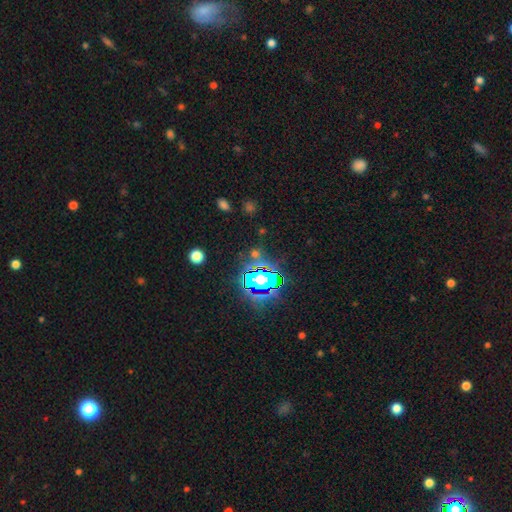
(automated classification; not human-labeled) Smooth or featured: star or artifact — 72% (smooth — 18%)